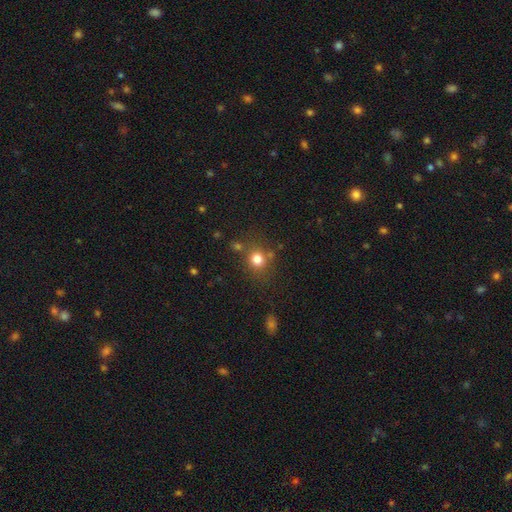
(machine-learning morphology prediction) smooth_or_featured: smooth (p=0.62) [alt: star or artifact p=0.31]
how_rounded: round (p=0.88) [alt: in between p=0.11]
merging: none (p=0.77) [alt: minor disturbance p=0.10]